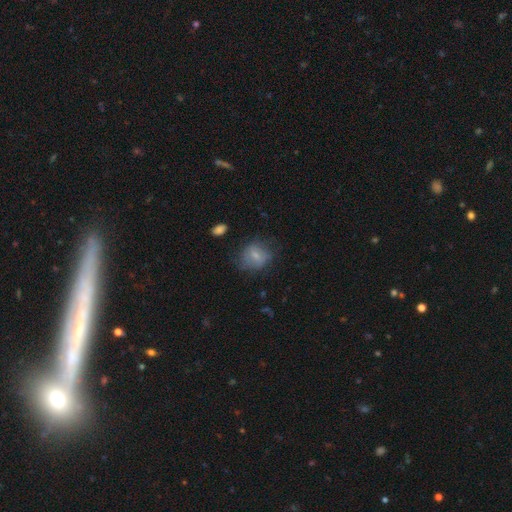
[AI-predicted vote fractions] The model was most divided on "how rounded": round: 59%, in between: 39%, cigar-shaped: 1%. More confident: smooth or featured — smooth (64%); merging — none (58%).